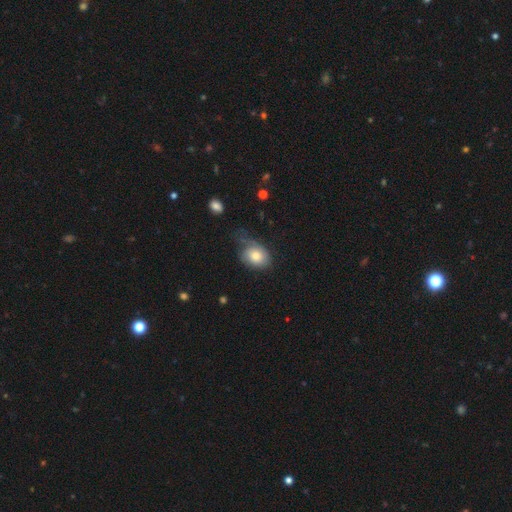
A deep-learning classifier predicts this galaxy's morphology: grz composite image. It shows a smooth galaxy with no disk features (70%) that is in between round and cigar-shaped (64%). Merging: none (39%).